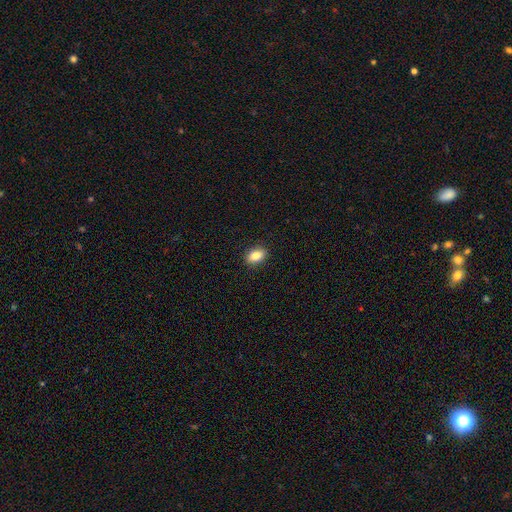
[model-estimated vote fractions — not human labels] A smooth galaxy with no disk features (85%) that is in between round and cigar-shaped (85%). Merging: none (90%).